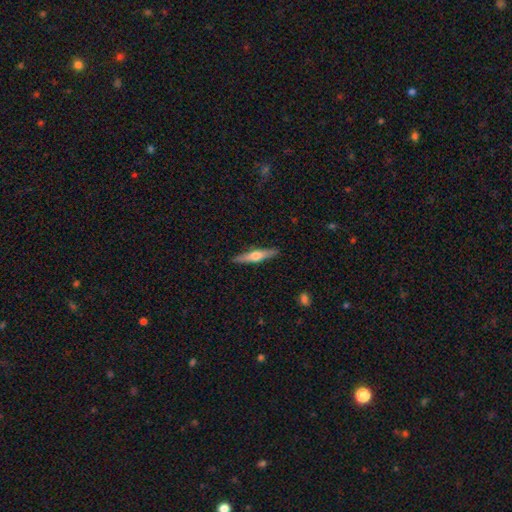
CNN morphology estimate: Smooth or featured?
  - featured or disk: 55% *
  - smooth: 40%
  - star or artifact: 5%
Edge-on disk?
  - yes: 95% *
  - no: 5%
Edge-on bulge?
  - rounded: 91% *
  - none: 5%
  - boxy: 4%
Merging?
  - none: 90% *
  - minor disturbance: 7%
  - major disturbance: 2%
  - merger: 1%